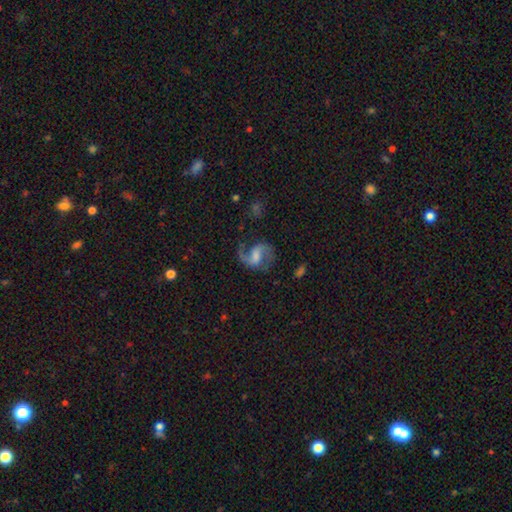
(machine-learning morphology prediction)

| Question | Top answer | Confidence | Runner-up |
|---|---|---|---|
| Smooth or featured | featured or disk | 83% | smooth (10%) |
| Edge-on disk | no | 98% | yes (2%) |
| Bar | weak | 53% | no (26%) |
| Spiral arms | yes | 96% | no (4%) |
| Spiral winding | medium | 46% | loose (45%) |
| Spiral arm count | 2 | 84% | 1 (11%) |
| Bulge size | moderate | 39% | small (28%) |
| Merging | none | 62% | minor disturbance (18%) |